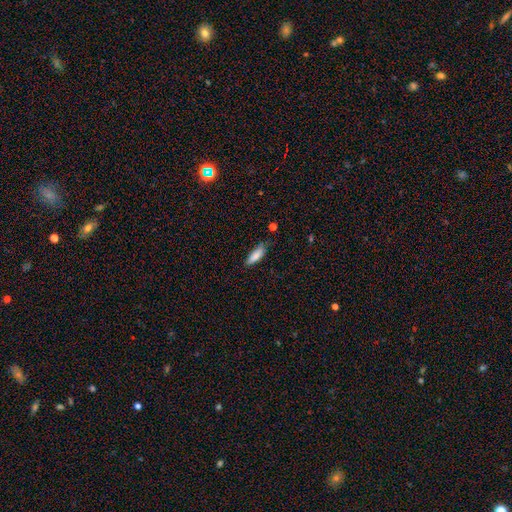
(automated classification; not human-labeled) Q: Smooth or featured?
A: smooth (83%); runner-up: featured or disk (10%)
Q: How rounded?
A: in between (56%); runner-up: cigar-shaped (43%)
Q: Merging?
A: none (70%); runner-up: minor disturbance (24%)